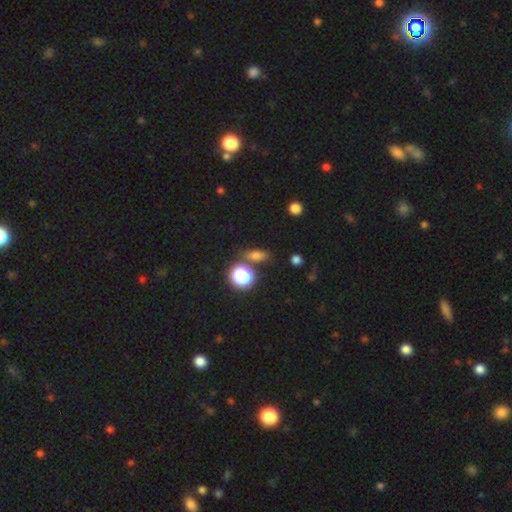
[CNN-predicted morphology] smooth 65%, star or artifact 23%, featured or disk 12%. Down the decision tree: how rounded — in between (57%); merging — none (76%).